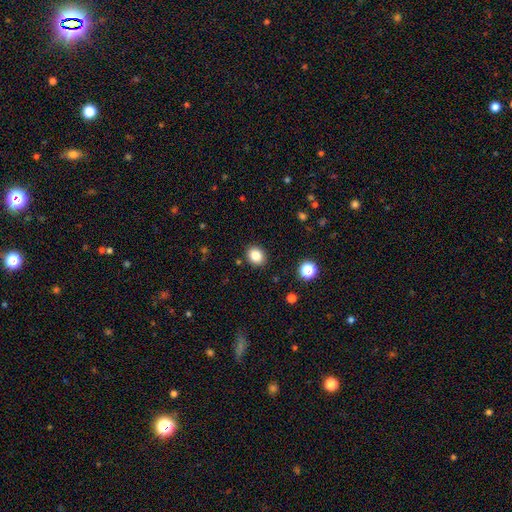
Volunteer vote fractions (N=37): Morphology: type=smooth (89%); roundness=round (67%); merging=none (91%).